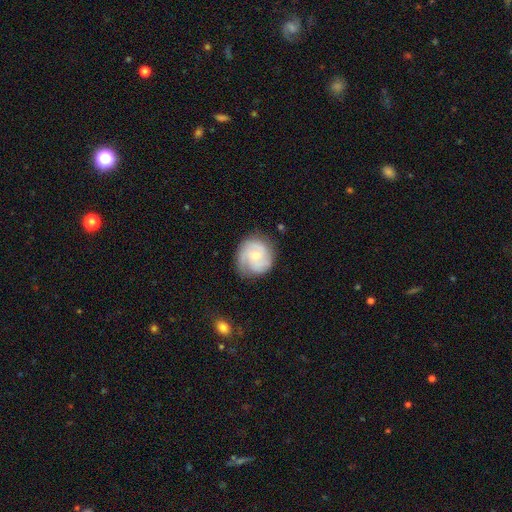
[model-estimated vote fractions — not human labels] Smooth or featured: featured or disk — 63% (smooth — 31%)
Edge-on disk: no — 98% (yes — 2%)
Bar: no — 73% (weak — 24%)
Spiral arms: yes — 90% (no — 10%)
Spiral winding: tight — 51% (medium — 37%)
Spiral arm count: 3 — 30% (2 — 28%)
Bulge size: small — 52% (moderate — 44%)
Merging: none — 72% (minor disturbance — 20%)